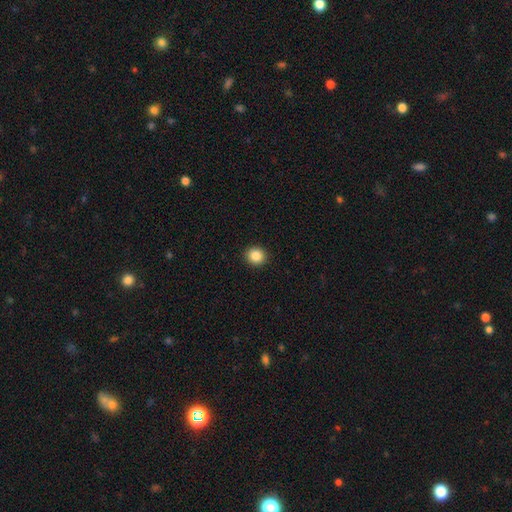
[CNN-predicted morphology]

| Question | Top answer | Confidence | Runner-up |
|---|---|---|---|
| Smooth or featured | smooth | 86% | star or artifact (10%) |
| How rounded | round | 86% | in between (13%) |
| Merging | none | 93% | minor disturbance (5%) |